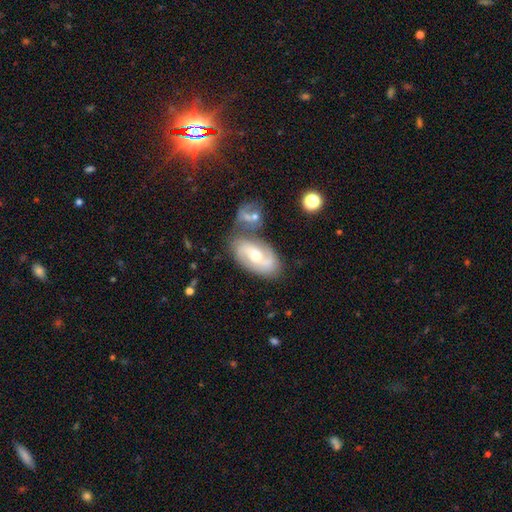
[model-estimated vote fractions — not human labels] Smooth or featured? Predicted: featured or disk (p=0.76). Edge-on disk? Predicted: no (p=0.95). Bar? Predicted: no (p=0.46). Spiral arms? Predicted: yes (p=0.91). Spiral winding? Predicted: medium (p=0.49). Spiral arm count? Predicted: 2 (p=0.82). Bulge size? Predicted: moderate (p=0.69). Merging? Predicted: none (p=0.54).